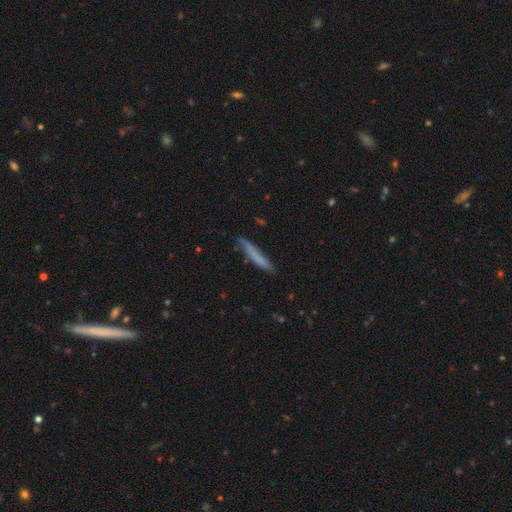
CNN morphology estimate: type=smooth (71%); roundness=cigar-shaped (95%); merging=none (81%).